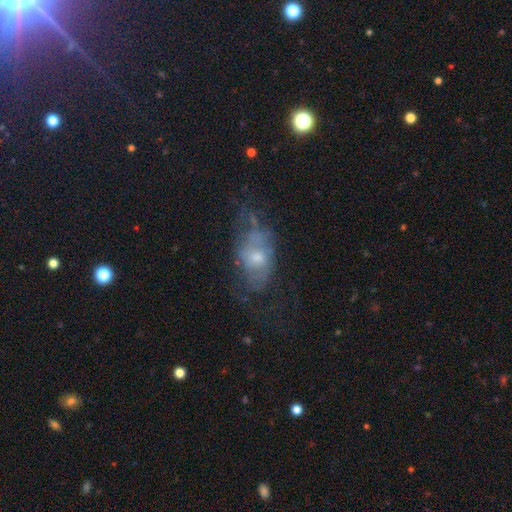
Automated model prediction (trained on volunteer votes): This is possibly a featured or disk galaxy (54%). It is clearly not viewed edge-on (91%). Merging: marginally none (44%).